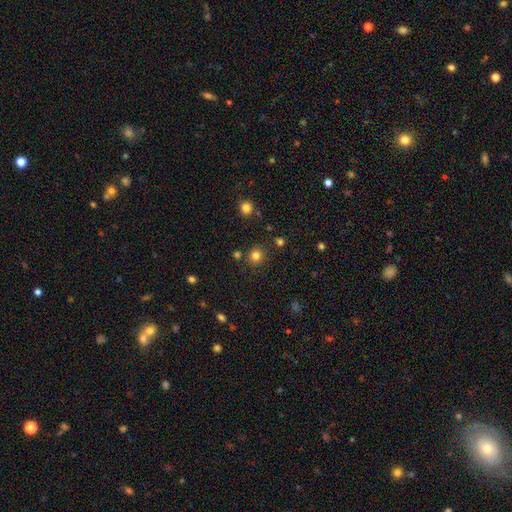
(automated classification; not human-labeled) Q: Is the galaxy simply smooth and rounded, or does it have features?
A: smooth — 81%.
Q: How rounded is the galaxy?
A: round — 85%.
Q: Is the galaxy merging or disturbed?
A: none — 85%.